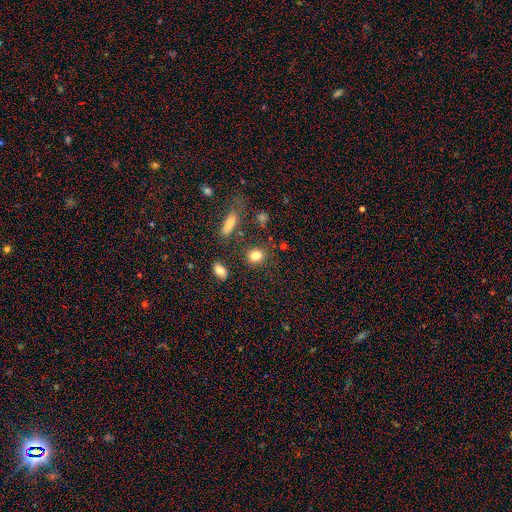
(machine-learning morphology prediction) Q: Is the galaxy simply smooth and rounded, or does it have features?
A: smooth — 82%.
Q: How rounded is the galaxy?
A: round — 66%.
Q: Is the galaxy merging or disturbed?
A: none — 81%.